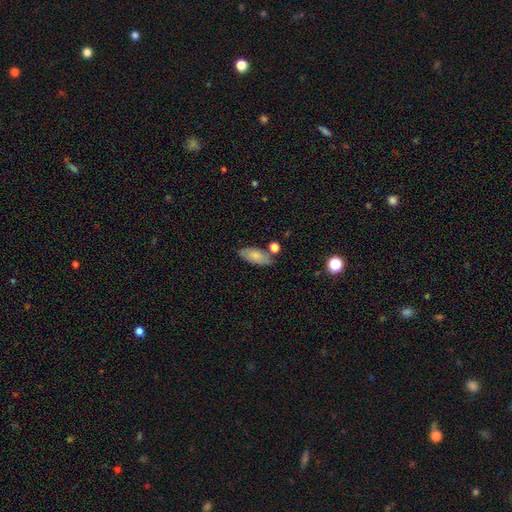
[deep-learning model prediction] Q: Smooth or featured?
A: smooth (78%); runner-up: featured or disk (16%)
Q: How rounded?
A: in between (87%); runner-up: cigar-shaped (11%)
Q: Merging?
A: none (69%); runner-up: minor disturbance (17%)